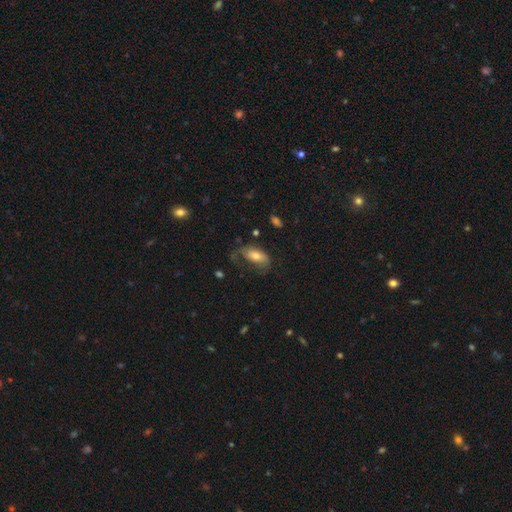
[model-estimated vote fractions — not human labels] Smooth or featured?
  - smooth: 67% *
  - featured or disk: 26%
  - star or artifact: 7%
How rounded?
  - in between: 89% *
  - cigar-shaped: 7%
  - round: 4%
Merging?
  - none: 41% *
  - major disturbance: 30%
  - minor disturbance: 26%
  - merger: 3%